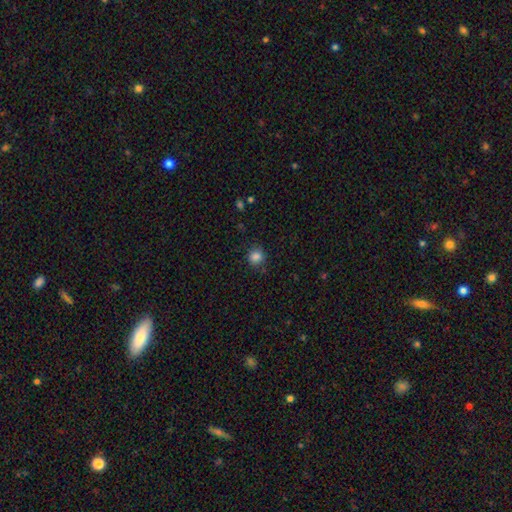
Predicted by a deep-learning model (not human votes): smooth-or-featured: smooth: 85% | star or artifact: 11% | featured or disk: 4%
  how-rounded: round: 83% | in between: 16% | cigar-shaped: 1%
  merging: none: 83% | minor disturbance: 12% | major disturbance: 4% | merger: 1%